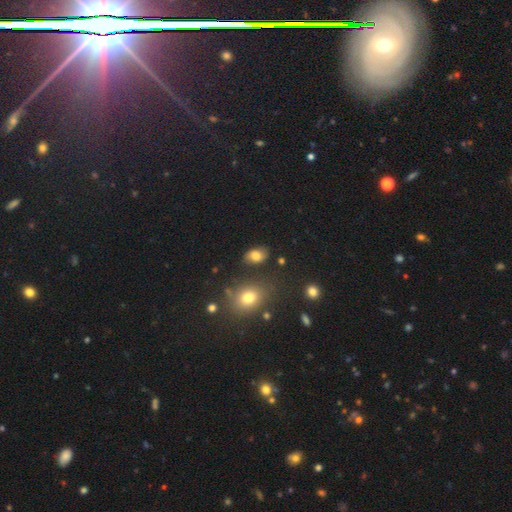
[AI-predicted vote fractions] Smooth or featured?
  - smooth: 71% *
  - featured or disk: 17%
  - star or artifact: 11%
How rounded?
  - in between: 81% *
  - round: 17%
  - cigar-shaped: 2%
Merging?
  - none: 73% *
  - minor disturbance: 17%
  - major disturbance: 5%
  - merger: 4%